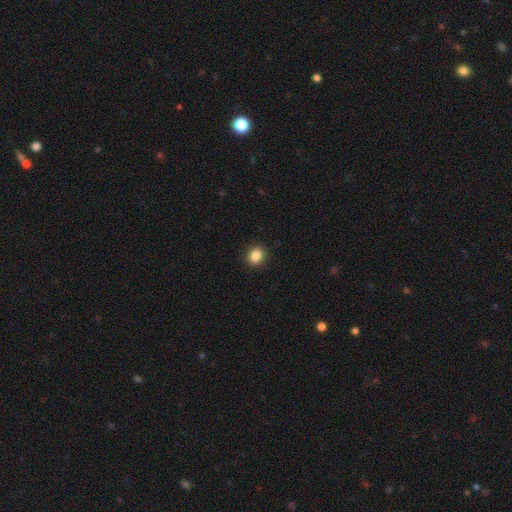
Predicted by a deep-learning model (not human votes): Smooth or featured? smooth (86%)
How rounded? round (72%)
Merging? none (92%)